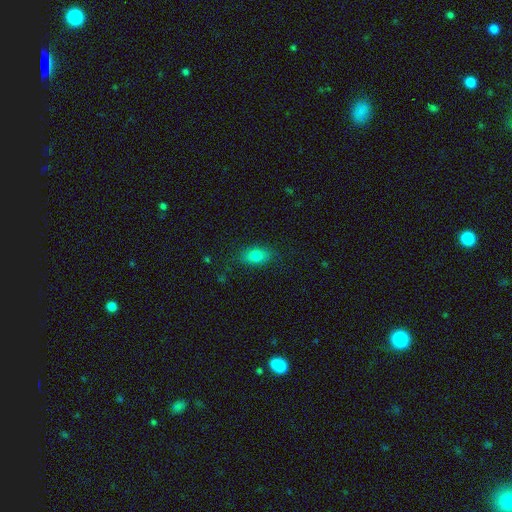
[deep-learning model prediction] smooth_or_featured: smooth (p=0.81) [alt: star or artifact p=0.10]
how_rounded: in between (p=0.86) [alt: round p=0.10]
merging: none (p=0.81) [alt: minor disturbance p=0.13]